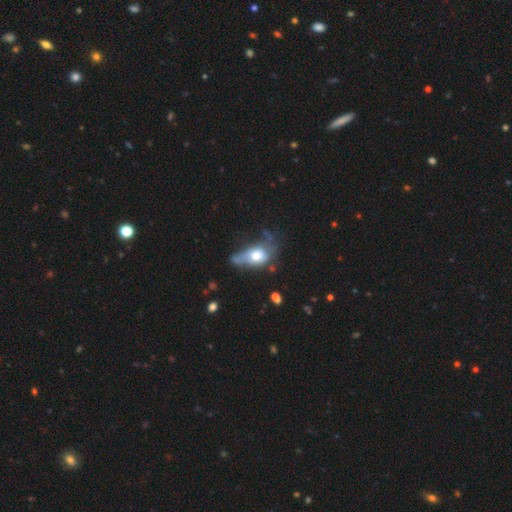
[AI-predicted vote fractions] This appears to be a smooth galaxy with no disk features (57%) that is in between round and cigar-shaped (73%). Merging: major disturbance (40%).